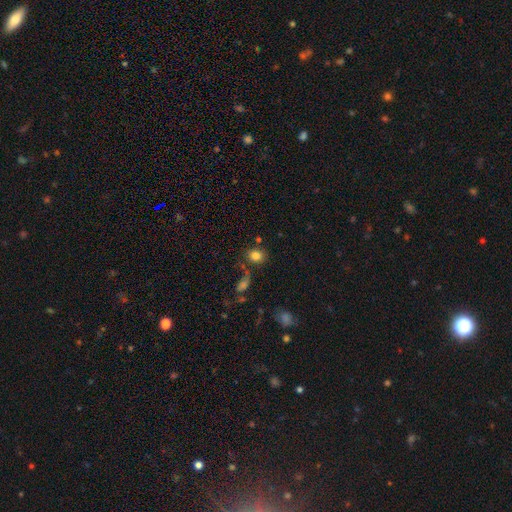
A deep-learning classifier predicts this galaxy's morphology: smooth_or_featured: smooth (p=0.82) [alt: star or artifact p=0.11]
how_rounded: round (p=0.61) [alt: in between p=0.37]
merging: none (p=0.69) [alt: minor disturbance p=0.13]